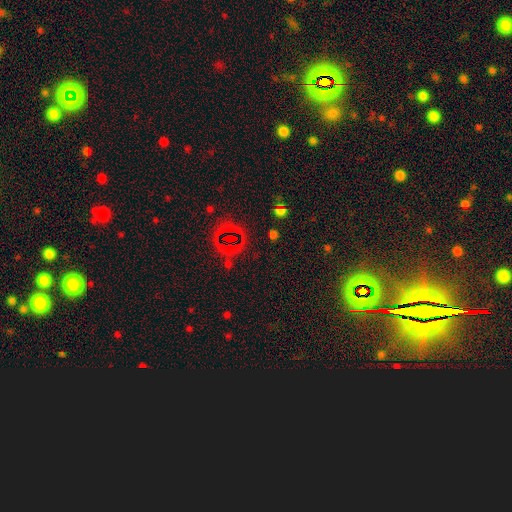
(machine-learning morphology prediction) The model was most divided on "smooth or featured": star or artifact: 70%, smooth: 22%, featured or disk: 8%.